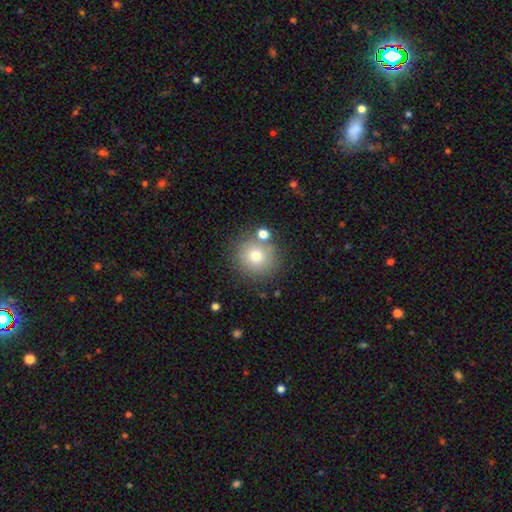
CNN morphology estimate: Q: Smooth or featured?
A: smooth (75%); runner-up: star or artifact (13%)
Q: How rounded?
A: round (92%); runner-up: in between (7%)
Q: Merging?
A: none (79%); runner-up: merger (9%)